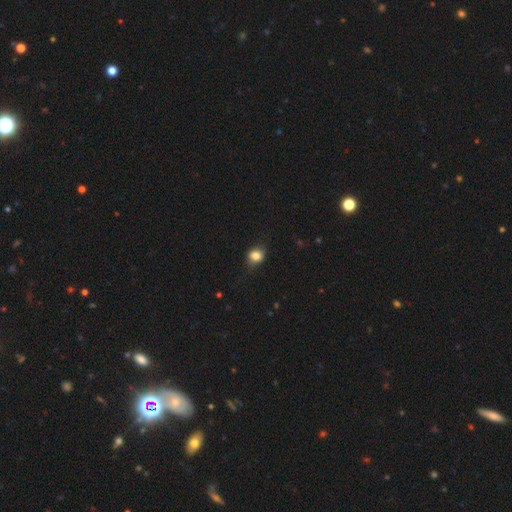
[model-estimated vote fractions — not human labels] Smooth or featured? Predicted: smooth (p=0.80). How rounded? Predicted: round (p=0.62). Merging? Predicted: none (p=0.71).